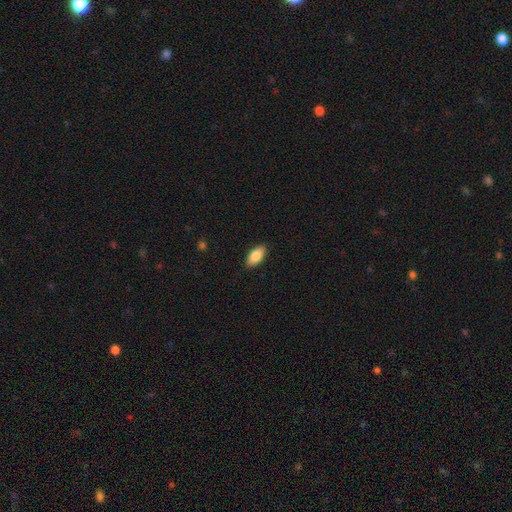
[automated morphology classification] Q: Smooth or featured?
A: smooth (85%); runner-up: featured or disk (9%)
Q: How rounded?
A: in between (91%); runner-up: cigar-shaped (7%)
Q: Merging?
A: none (88%); runner-up: minor disturbance (9%)